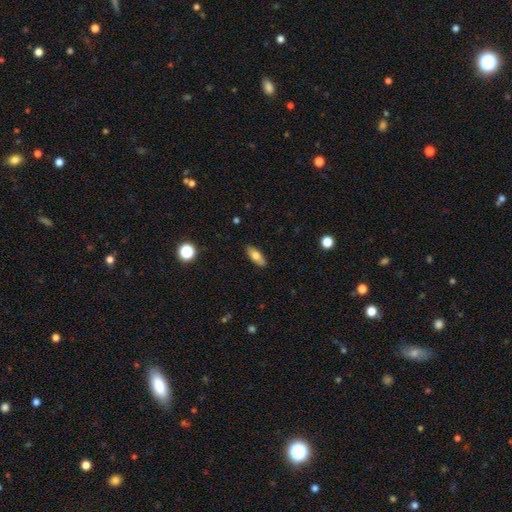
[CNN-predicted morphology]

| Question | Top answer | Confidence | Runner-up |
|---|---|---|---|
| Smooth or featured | smooth | 72% | featured or disk (21%) |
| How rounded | in between | 75% | cigar-shaped (22%) |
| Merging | none | 89% | minor disturbance (9%) |